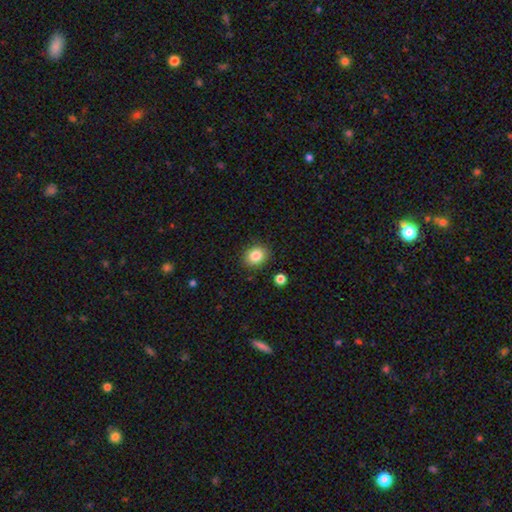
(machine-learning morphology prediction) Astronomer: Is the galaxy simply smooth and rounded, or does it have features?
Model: smooth — 85%.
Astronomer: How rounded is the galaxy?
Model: round — 65%.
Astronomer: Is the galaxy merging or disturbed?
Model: none — 86%.